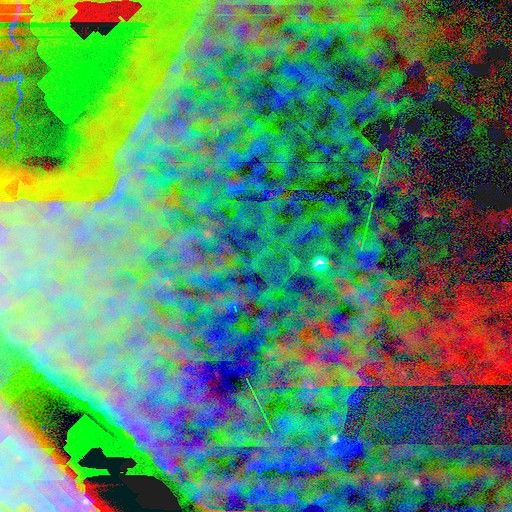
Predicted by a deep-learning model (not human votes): Smooth or featured?
  - star or artifact: 87% *
  - featured or disk: 7%
  - smooth: 6%